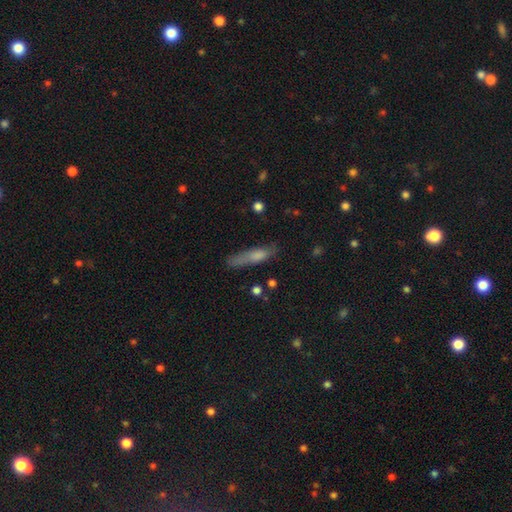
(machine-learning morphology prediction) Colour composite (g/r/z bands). It shows a smooth galaxy with no disk features (70%) that is cigar-shaped (77%). Merging: none (61%).